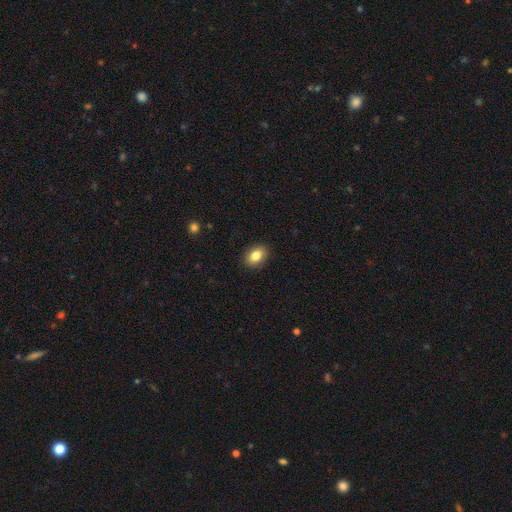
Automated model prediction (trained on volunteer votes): Overall: smooth (84%). How rounded: in between (80%). Merging: none (89%).